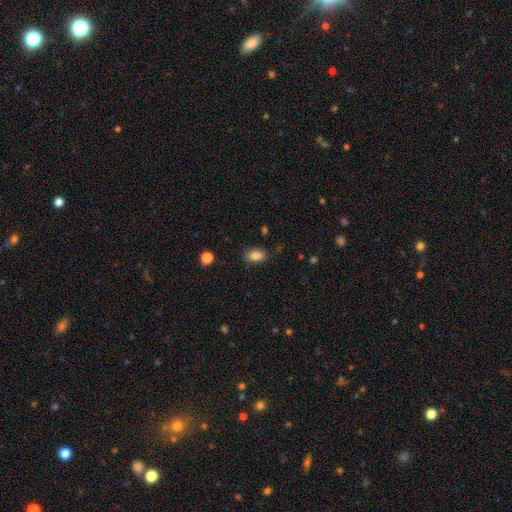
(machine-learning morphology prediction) Smooth or featured: smooth — 84% (star or artifact — 9%)
How rounded: in between — 87% (round — 11%)
Merging: none — 83% (minor disturbance — 13%)